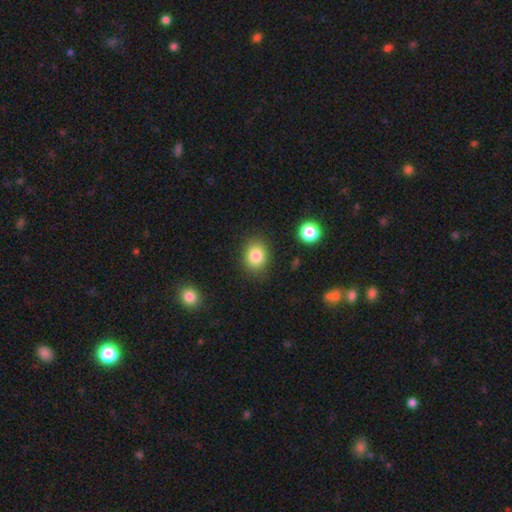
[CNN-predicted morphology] Overall: smooth (84%). How rounded: round (53%; in between 46%). Merging: none (85%).